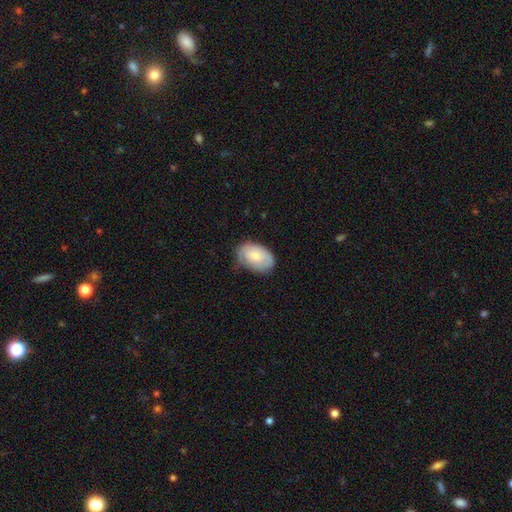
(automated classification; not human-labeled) Overall: smooth (68%). How rounded: in between (90%). Merging: none (65%; minor disturbance 27%).